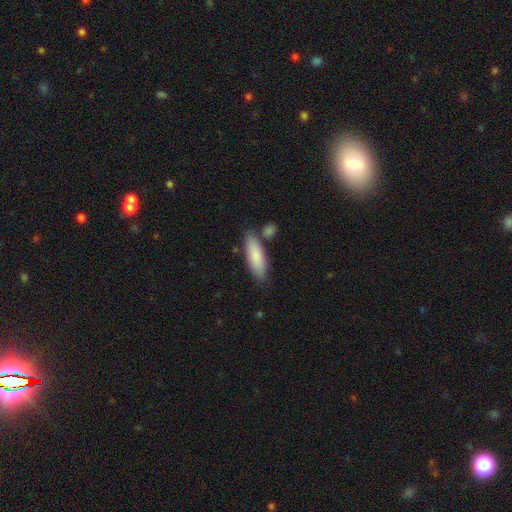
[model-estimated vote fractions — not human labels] smooth_or_featured: smooth (p=0.84) [alt: featured or disk p=0.10]
how_rounded: in between (p=0.52) [alt: cigar-shaped p=0.46]
merging: none (p=0.76) [alt: minor disturbance p=0.13]